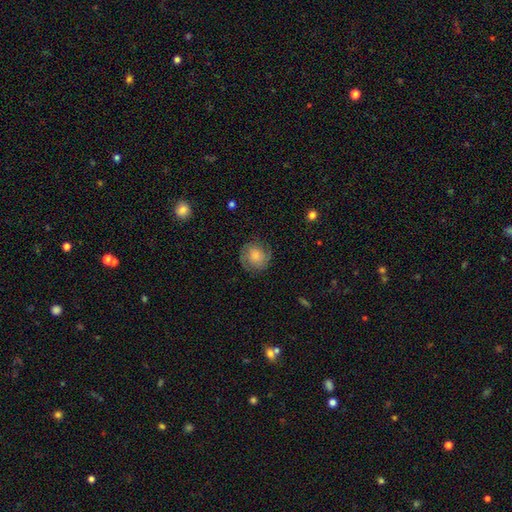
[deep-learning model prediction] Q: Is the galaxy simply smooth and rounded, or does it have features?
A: featured or disk — 52%.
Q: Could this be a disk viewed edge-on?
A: no — 98%.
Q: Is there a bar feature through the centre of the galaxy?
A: no — 72%.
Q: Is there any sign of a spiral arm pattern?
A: yes — 88%.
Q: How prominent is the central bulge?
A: moderate — 39%.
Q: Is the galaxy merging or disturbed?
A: none — 78%.